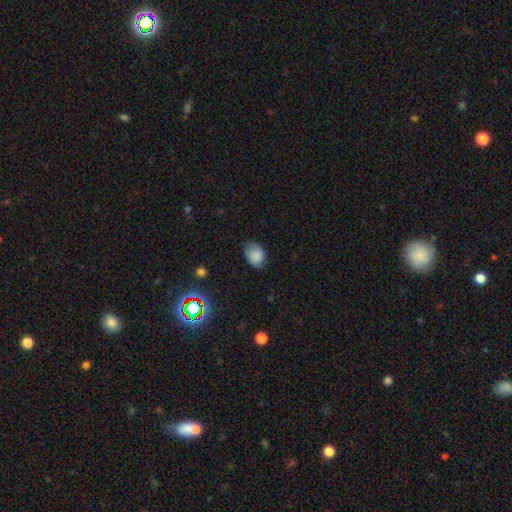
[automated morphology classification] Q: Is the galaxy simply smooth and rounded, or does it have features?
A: smooth — 80%.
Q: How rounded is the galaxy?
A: in between — 70%.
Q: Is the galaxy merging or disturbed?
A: none — 66%.